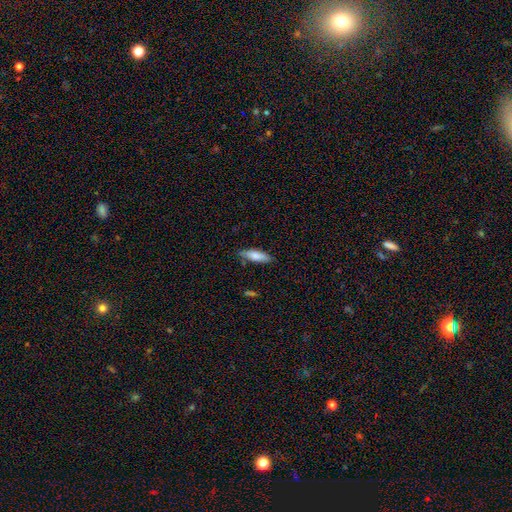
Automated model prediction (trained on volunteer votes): Smooth or featured: smooth — 79% (featured or disk — 15%)
How rounded: cigar-shaped — 53% (in between — 45%)
Merging: none — 81% (minor disturbance — 14%)